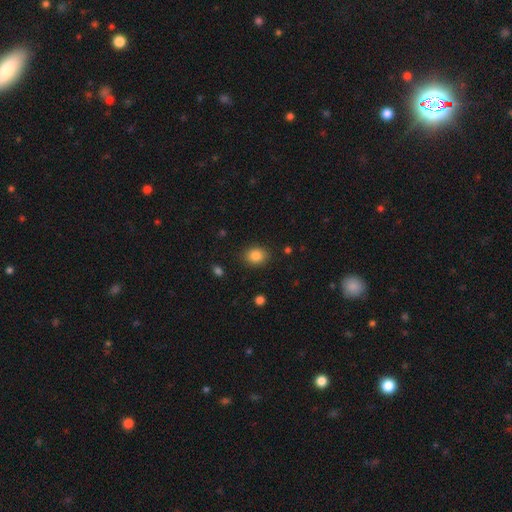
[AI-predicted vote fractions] Q: Smooth or featured?
A: smooth (85%); runner-up: star or artifact (10%)
Q: How rounded?
A: round (55%); runner-up: in between (44%)
Q: Merging?
A: none (88%); runner-up: minor disturbance (9%)